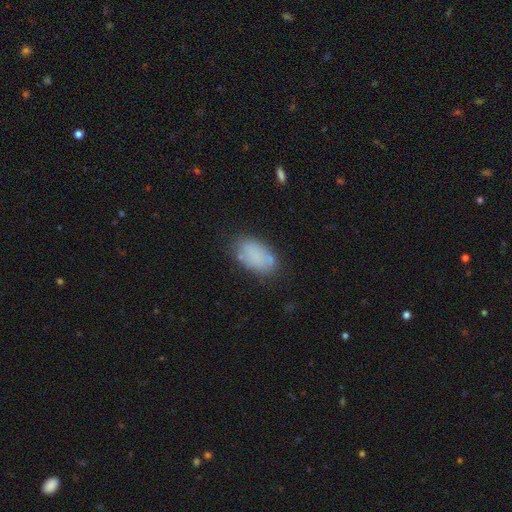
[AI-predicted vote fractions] This appears to be a smooth galaxy with no disk features (78%) that is in between round and cigar-shaped (93%). Merging: none (69%).